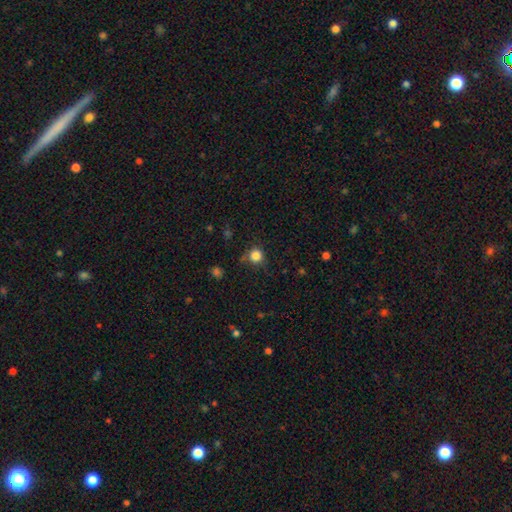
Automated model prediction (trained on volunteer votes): Morphology: type=smooth (83%); roundness=round (93%); merging=none (78%).